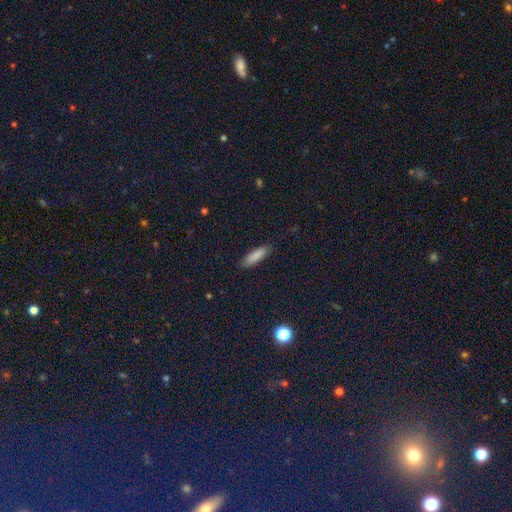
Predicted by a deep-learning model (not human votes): A smooth galaxy with no disk features (84%) that is cigar-shaped (62%). Merging: none (87%).